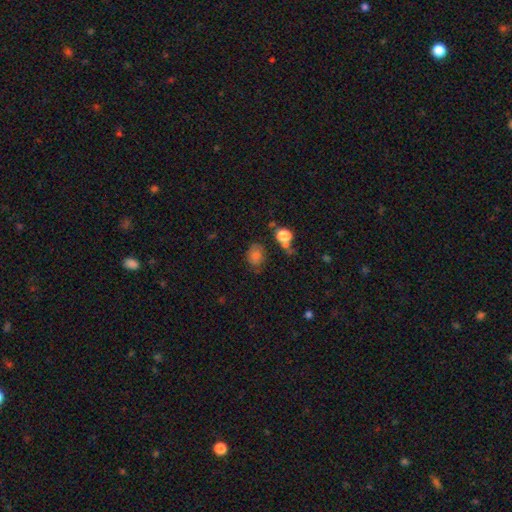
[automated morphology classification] Smooth or featured? smooth (74%)
How rounded? round (50%)
Merging? none (68%)